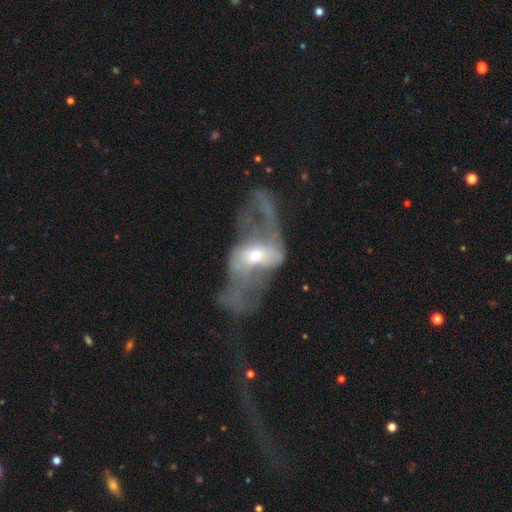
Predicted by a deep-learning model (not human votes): Overall: featured or disk (74%). Edge-on disk: no (92%). Bar: no (56%; weak 26%). Spiral arms: yes (60%; no 40%). Bulge size: small (48%; moderate 44%). Merging: major disturbance (57%; none 18%).